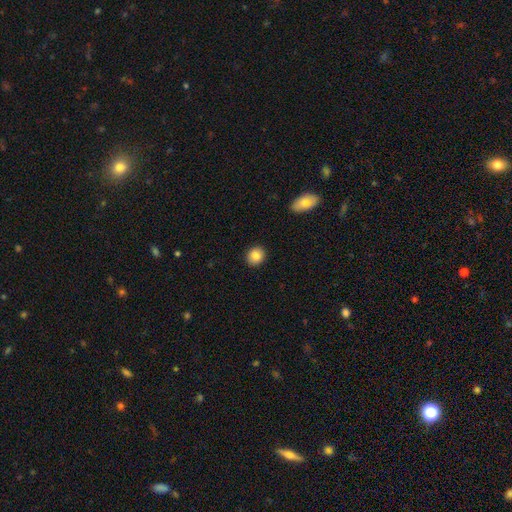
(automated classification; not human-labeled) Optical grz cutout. It shows a smooth galaxy with no disk features (85%) that is round (78%). Merging: none (91%).